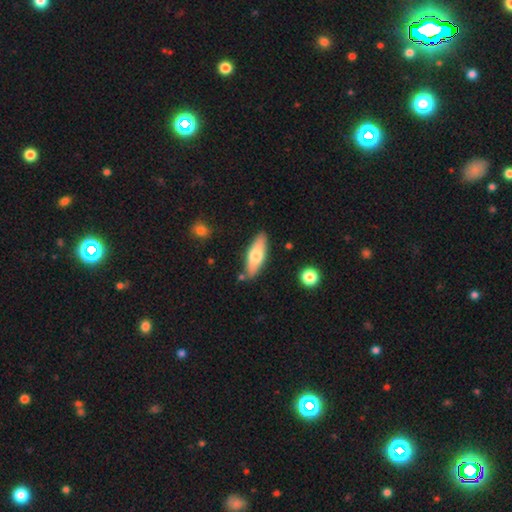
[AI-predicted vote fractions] This is likely a smooth galaxy (64%). How rounded: likely in between (61%). Merging: clearly none (83%).